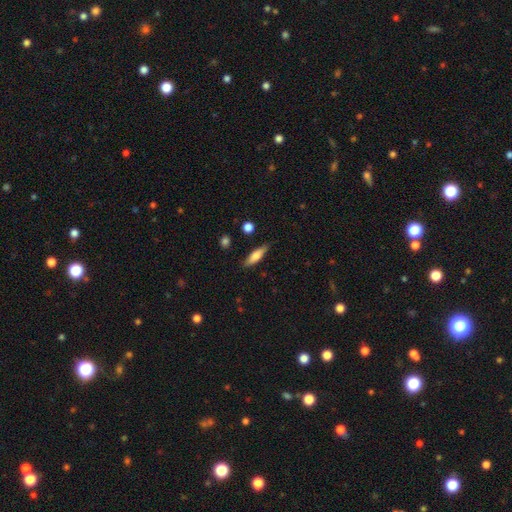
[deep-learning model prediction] The model was most divided on "how rounded": cigar-shaped: 61%, in between: 37%, round: 2%. More confident: merging — none (82%); smooth or featured — smooth (66%).